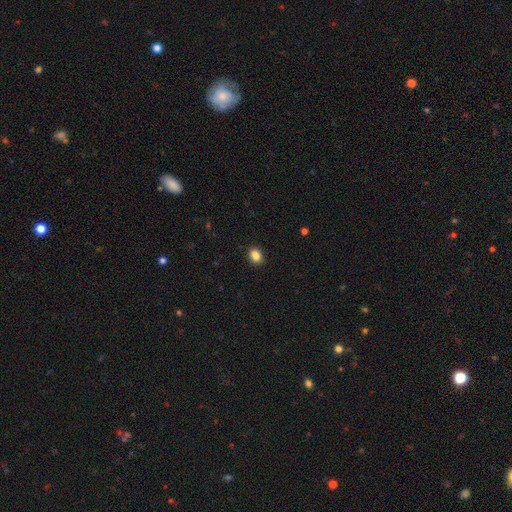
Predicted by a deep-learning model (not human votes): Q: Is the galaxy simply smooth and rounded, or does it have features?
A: smooth — 87%.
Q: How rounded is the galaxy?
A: in between — 61%.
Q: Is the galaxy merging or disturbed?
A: none — 90%.